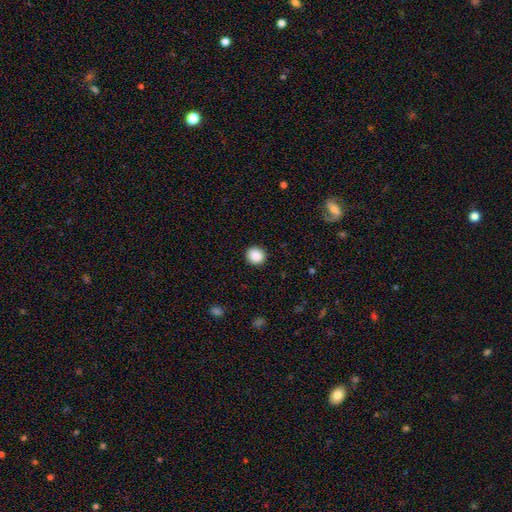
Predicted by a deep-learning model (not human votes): Morphology: type=smooth (89%); roundness=round (87%); merging=none (91%).